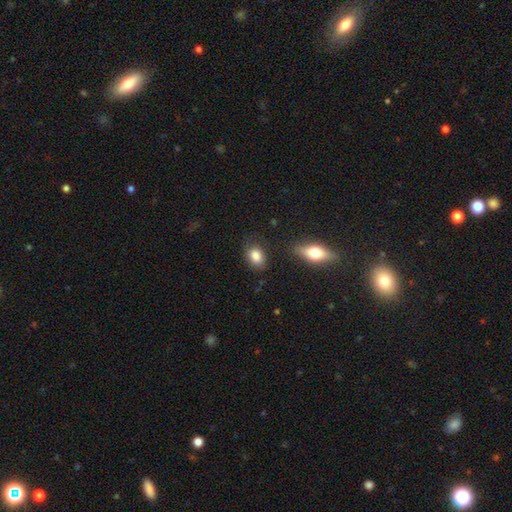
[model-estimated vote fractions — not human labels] Overall: smooth (84%). How rounded: in between (74%). Merging: none (73%).